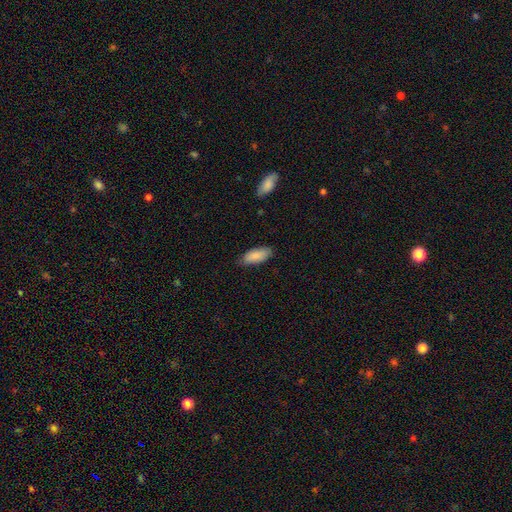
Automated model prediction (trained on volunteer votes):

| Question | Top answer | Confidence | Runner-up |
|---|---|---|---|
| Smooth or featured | smooth | 88% | featured or disk (7%) |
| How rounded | in between | 83% | cigar-shaped (16%) |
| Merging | none | 80% | minor disturbance (16%) |